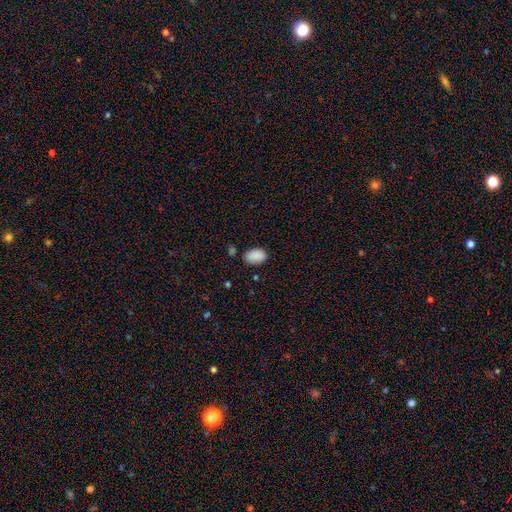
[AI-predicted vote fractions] Smooth or featured? Predicted: smooth (p=0.89). How rounded? Predicted: in between (p=0.89). Merging? Predicted: none (p=0.78).